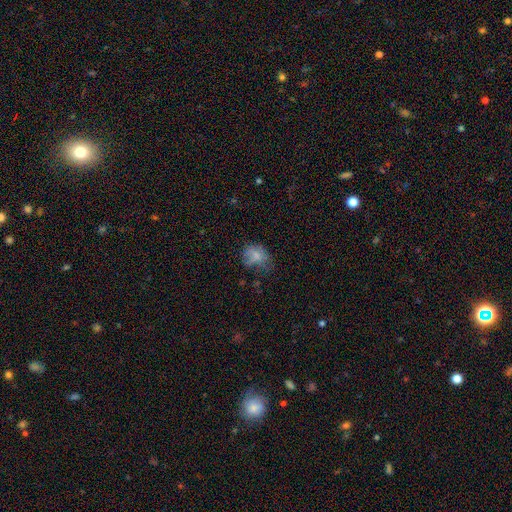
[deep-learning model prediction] Overall: smooth (65%). How rounded: in between (63%; round 36%). Merging: none (37%; major disturbance 30%).